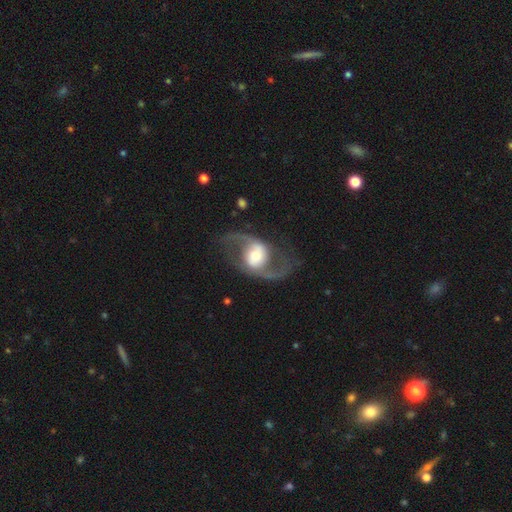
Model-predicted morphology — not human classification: A featured or disk galaxy (87%) with no bar (43%), 2 (94%) loose (56%) spiral arms (94%) and a moderate central bulge (53%). Merging: none (73%).